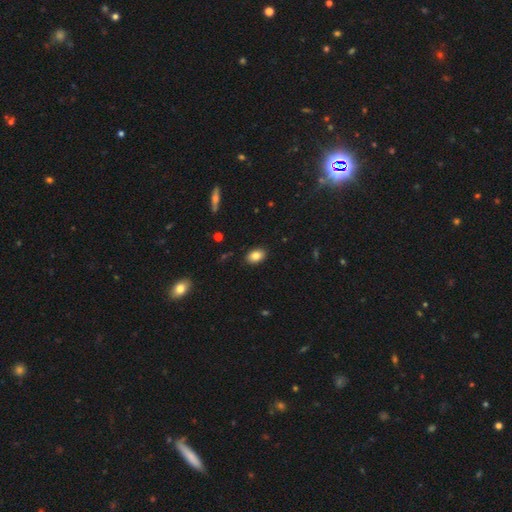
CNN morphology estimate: Q: Smooth or featured?
A: smooth (84%); runner-up: star or artifact (8%)
Q: How rounded?
A: in between (86%); runner-up: round (12%)
Q: Merging?
A: none (88%); runner-up: minor disturbance (9%)